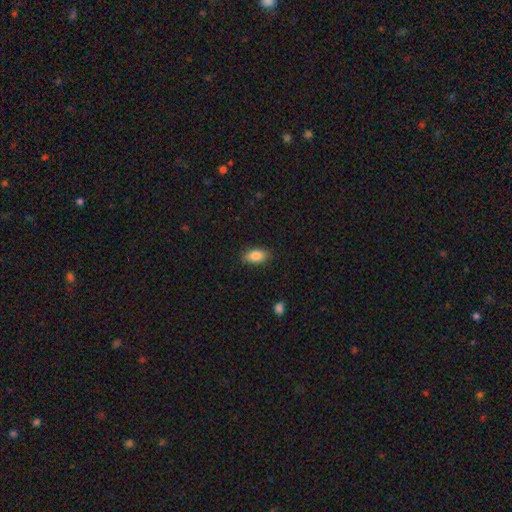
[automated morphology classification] A smooth galaxy with no disk features (87%) that is in between round and cigar-shaped (91%).

Vote fractions:
- Smooth or featured? smooth: 87% / star or artifact: 7% / featured or disk: 6%
- How rounded? in between: 91% / round: 5% / cigar-shaped: 4%
- Merging? none: 85% / minor disturbance: 11% / major disturbance: 3% / merger: 1%